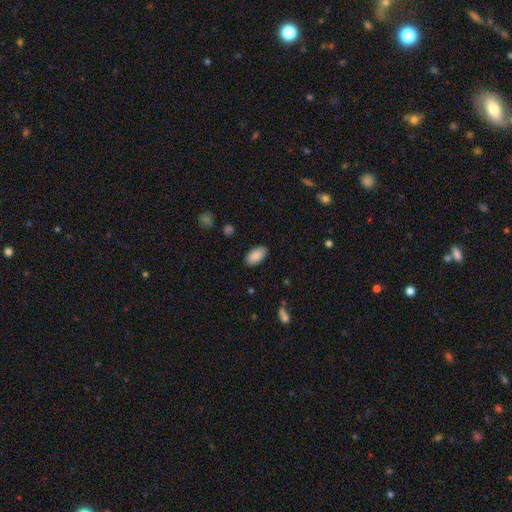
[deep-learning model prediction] A smooth galaxy with no disk features (89%) that is in between round and cigar-shaped (95%). Merging: none (87%).